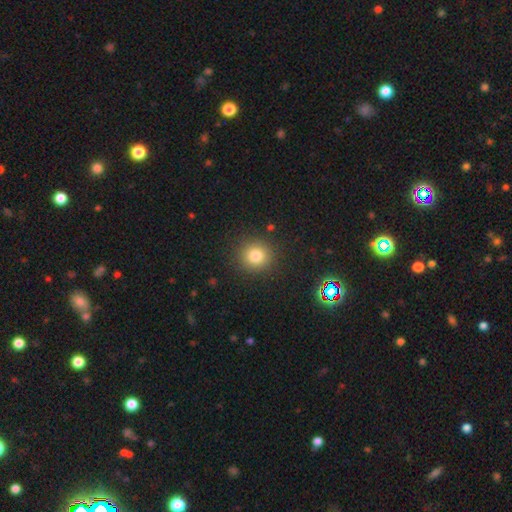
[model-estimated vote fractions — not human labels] smooth 81%, star or artifact 13%, featured or disk 7%. Down the decision tree: how rounded — round (91%); merging — none (90%).